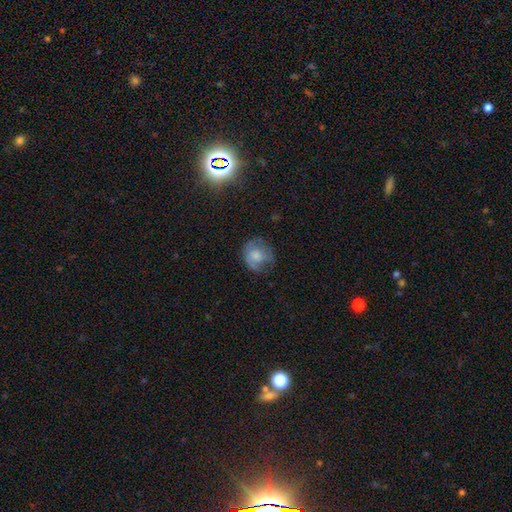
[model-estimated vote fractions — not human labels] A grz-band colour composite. It shows a smooth galaxy with no disk features (62%) that is round (79%). Merging: none (62%).